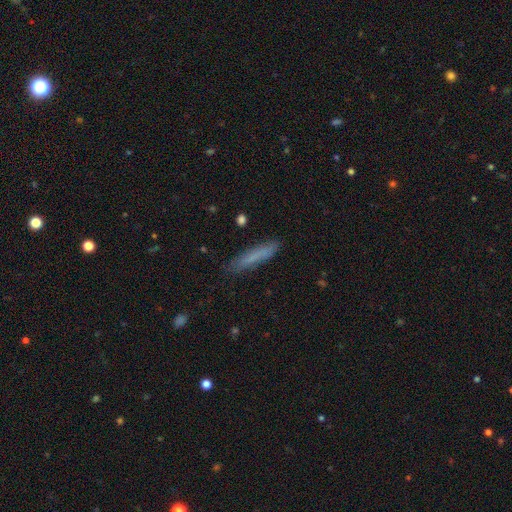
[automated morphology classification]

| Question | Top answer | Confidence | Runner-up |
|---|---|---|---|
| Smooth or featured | smooth | 74% | featured or disk (18%) |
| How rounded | cigar-shaped | 91% | in between (8%) |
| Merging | none | 82% | minor disturbance (13%) |